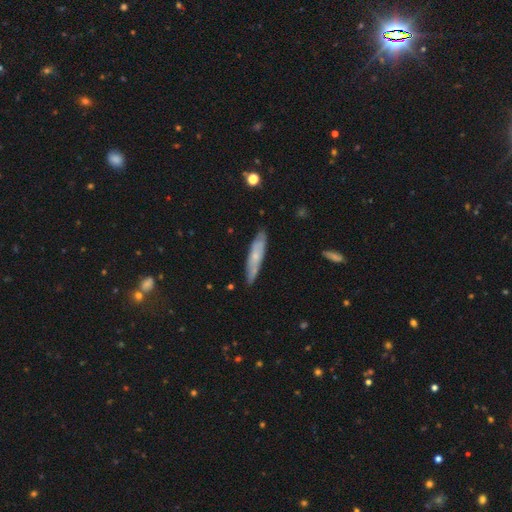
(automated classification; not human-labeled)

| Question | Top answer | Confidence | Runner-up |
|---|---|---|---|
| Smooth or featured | smooth | 50% | featured or disk (44%) |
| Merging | none | 80% | minor disturbance (16%) |